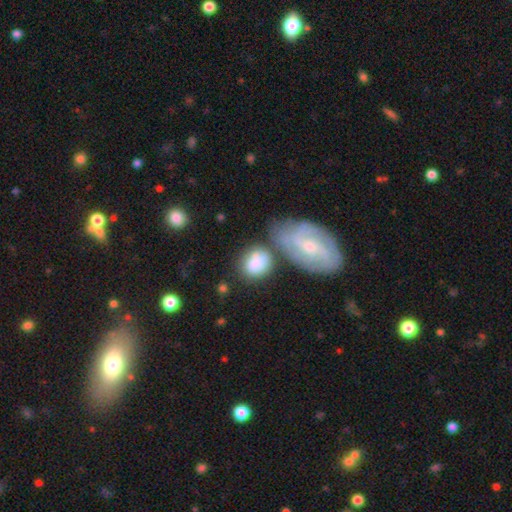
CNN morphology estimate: smooth 73%, featured or disk 20%, star or artifact 7%. Down the decision tree: how rounded — round (52%); merging — none (42%).